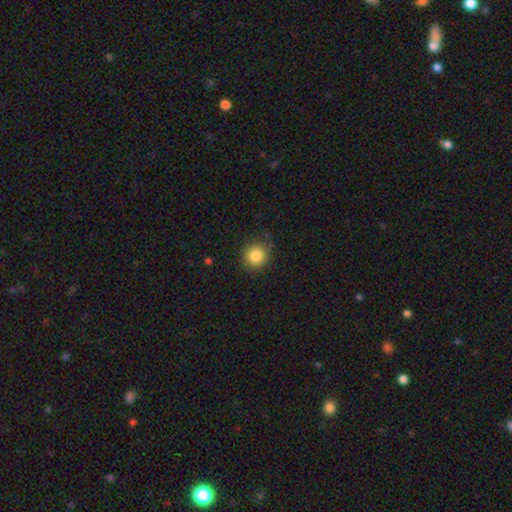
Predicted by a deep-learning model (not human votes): smooth_or_featured: smooth (p=0.85) [alt: star or artifact p=0.10]
how_rounded: round (p=0.87) [alt: in between p=0.12]
merging: none (p=0.83) [alt: minor disturbance p=0.13]